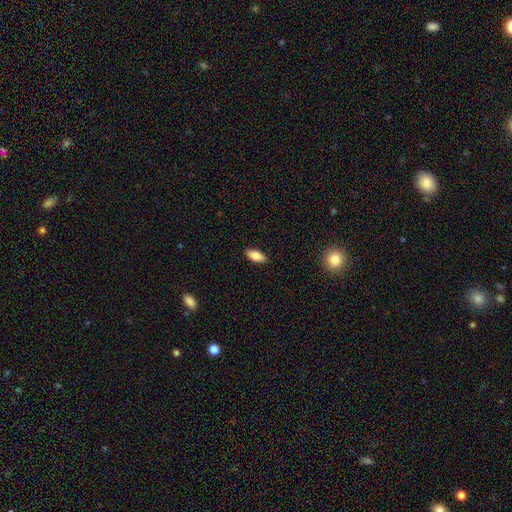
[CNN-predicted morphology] Smooth or featured? Predicted: smooth (p=0.83). How rounded? Predicted: in between (p=0.83). Merging? Predicted: none (p=0.88).